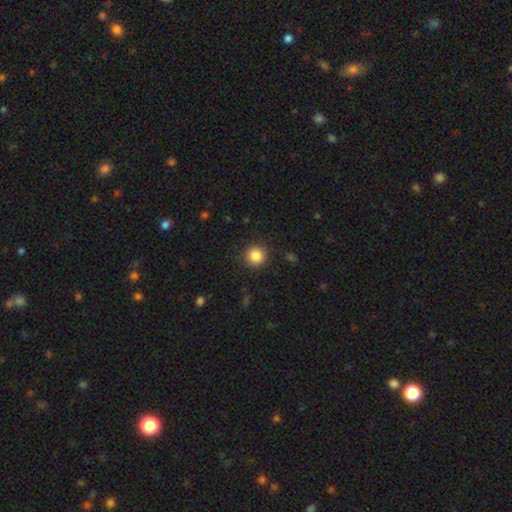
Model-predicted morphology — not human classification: Smooth or featured: smooth — 86% (star or artifact — 10%)
How rounded: round — 93% (in between — 6%)
Merging: none — 89% (minor disturbance — 7%)